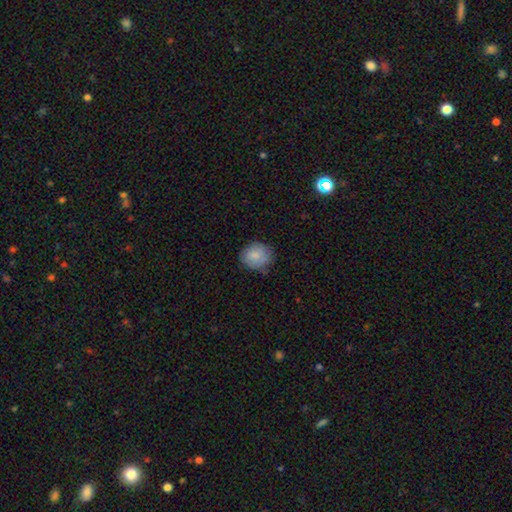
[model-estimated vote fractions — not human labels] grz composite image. It shows a smooth galaxy with no disk features (83%) that is round (72%). Merging: none (71%).